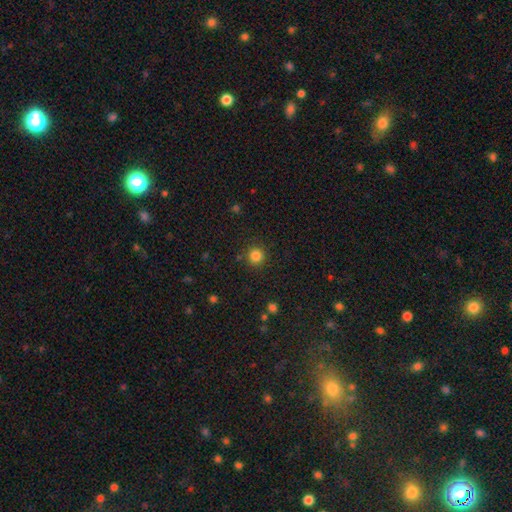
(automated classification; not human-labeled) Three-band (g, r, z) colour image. It shows a smooth galaxy with no disk features (84%) that is round (94%). Merging: none (88%).